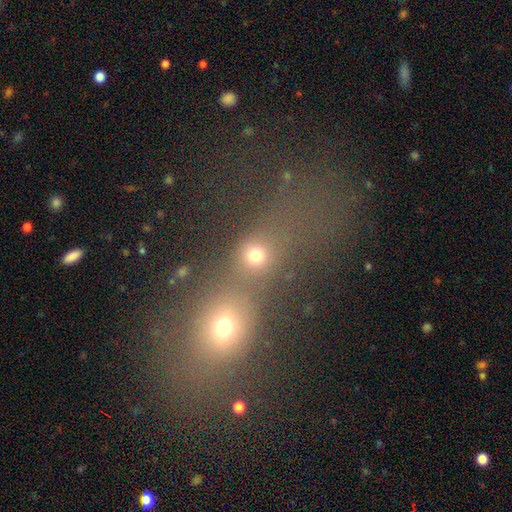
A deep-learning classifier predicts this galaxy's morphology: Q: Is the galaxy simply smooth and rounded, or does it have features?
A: smooth — 72%.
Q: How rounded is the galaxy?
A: round — 75%.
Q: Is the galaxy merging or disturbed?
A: merger — 44%.